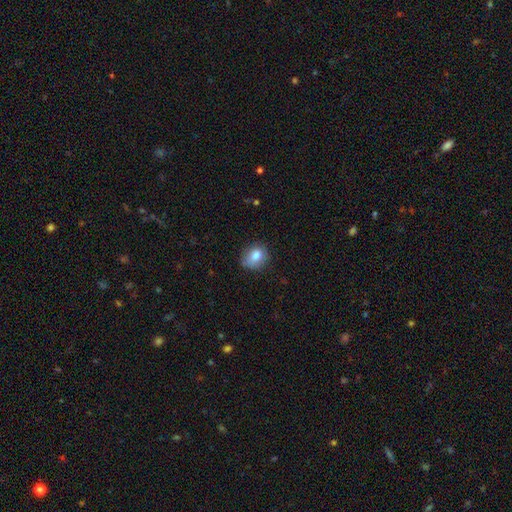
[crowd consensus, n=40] This appears to be a smooth galaxy with no disk features (82%) that is round (55%). Merging: none (66%).